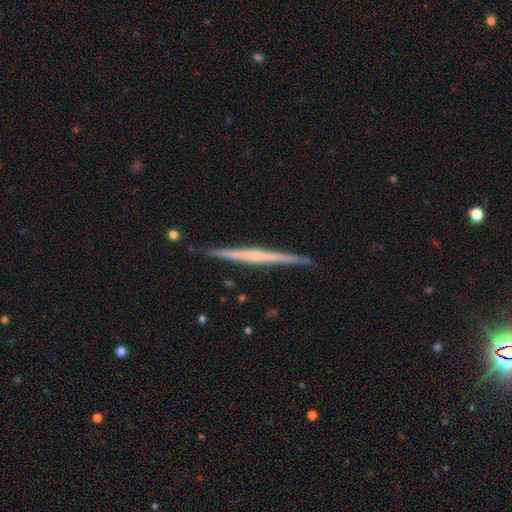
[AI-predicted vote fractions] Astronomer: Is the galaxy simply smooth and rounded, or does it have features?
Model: featured or disk — 69%.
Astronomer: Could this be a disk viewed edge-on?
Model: yes — 98%.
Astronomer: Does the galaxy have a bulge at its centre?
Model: none — 61%.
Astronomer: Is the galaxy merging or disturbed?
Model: none — 89%.